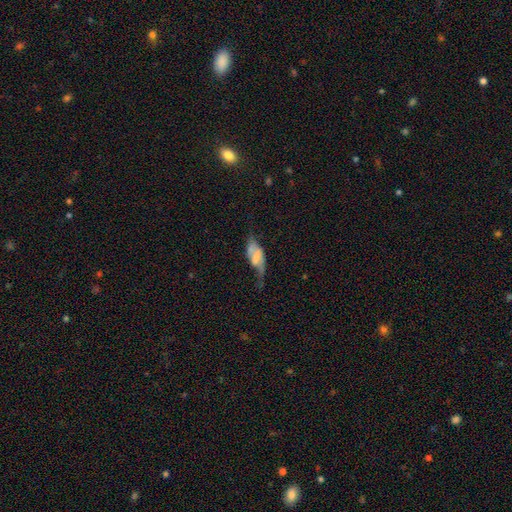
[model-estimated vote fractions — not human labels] Smooth or featured? Predicted: featured or disk (p=0.57). Edge-on disk? Predicted: no (p=0.77). Merging? Predicted: major disturbance (p=0.37).